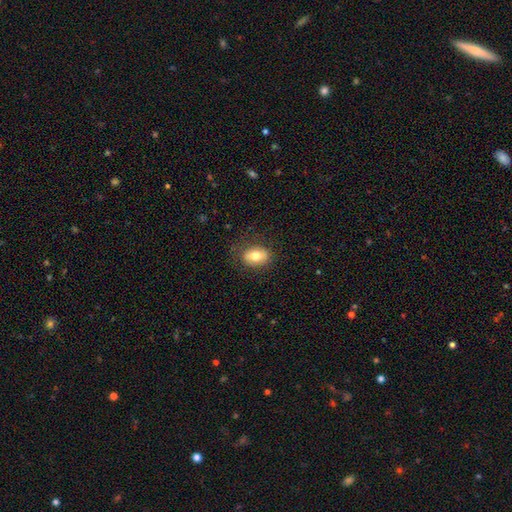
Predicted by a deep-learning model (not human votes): smooth_or_featured: smooth (p=0.74) [alt: featured or disk p=0.17]
how_rounded: in between (p=0.76) [alt: round p=0.22]
merging: none (p=0.81) [alt: minor disturbance p=0.14]